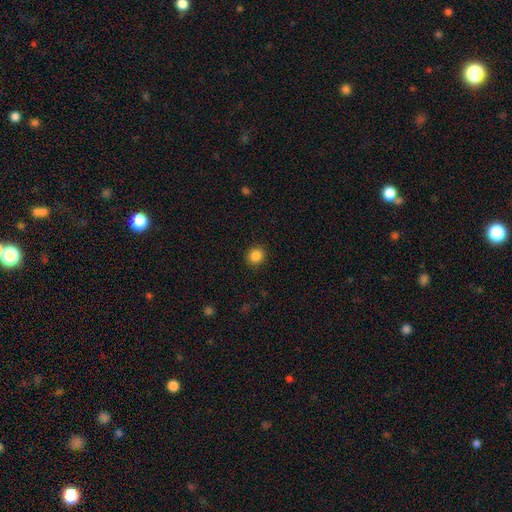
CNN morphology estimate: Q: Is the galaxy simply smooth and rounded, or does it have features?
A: smooth — 86%.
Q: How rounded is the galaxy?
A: round — 88%.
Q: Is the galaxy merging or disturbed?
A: none — 91%.